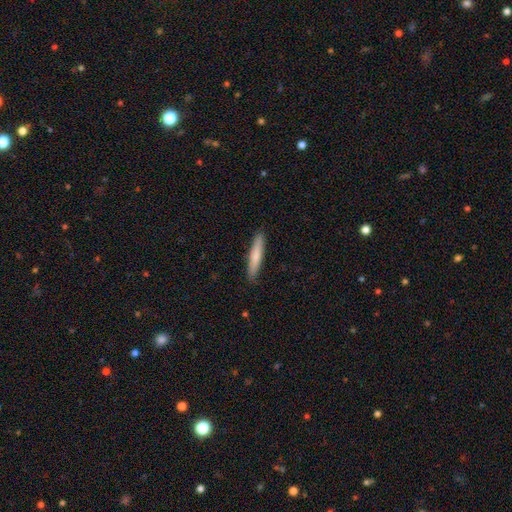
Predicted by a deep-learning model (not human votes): Smooth or featured? Predicted: smooth (p=0.77). How rounded? Predicted: cigar-shaped (p=0.92). Merging? Predicted: none (p=0.90).